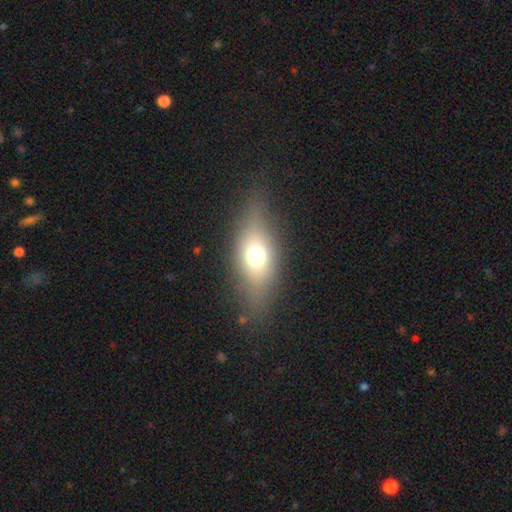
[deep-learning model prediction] A smooth galaxy with no disk features (60%) that is in between round and cigar-shaped (70%). Merging: none (77%).